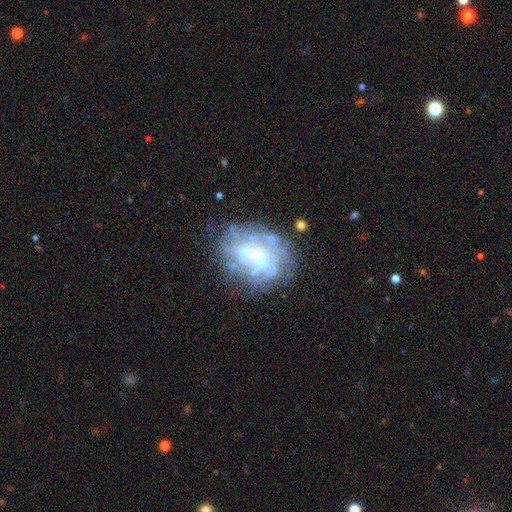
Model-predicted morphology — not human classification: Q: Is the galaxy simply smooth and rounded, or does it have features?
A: featured or disk — 82%.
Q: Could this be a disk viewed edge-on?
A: no — 97%.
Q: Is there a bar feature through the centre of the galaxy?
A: no — 66%.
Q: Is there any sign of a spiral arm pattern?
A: yes — 93%.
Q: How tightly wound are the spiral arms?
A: tight — 70%.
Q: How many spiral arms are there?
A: can't tell — 38%.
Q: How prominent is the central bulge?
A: small — 72%.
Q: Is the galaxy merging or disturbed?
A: none — 73%.